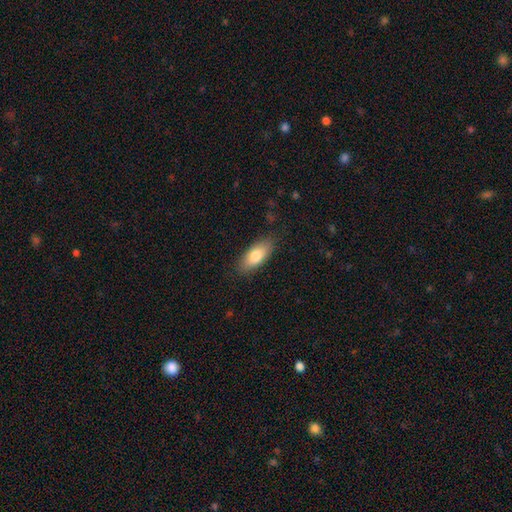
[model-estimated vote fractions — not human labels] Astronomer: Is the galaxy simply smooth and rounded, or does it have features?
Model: smooth — 79%.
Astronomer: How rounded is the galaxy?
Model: in between — 81%.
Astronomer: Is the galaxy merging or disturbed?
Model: none — 84%.